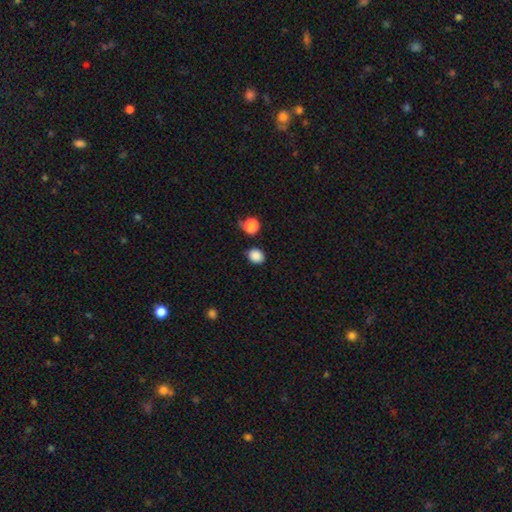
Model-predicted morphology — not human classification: Smooth or featured? Predicted: smooth (p=0.86). How rounded? Predicted: round (p=0.53). Merging? Predicted: none (p=0.81).